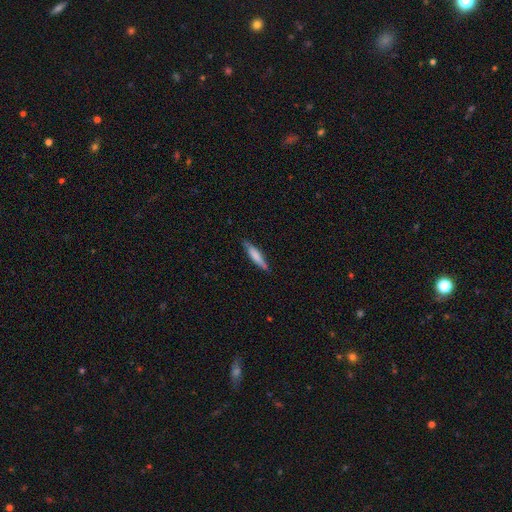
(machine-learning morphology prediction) Overall: smooth (68%). How rounded: cigar-shaped (84%). Merging: none (83%).